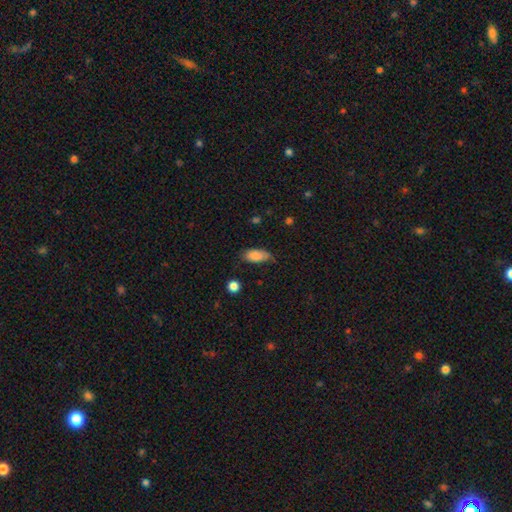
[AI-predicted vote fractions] Smooth or featured? Predicted: smooth (p=0.84). How rounded? Predicted: in between (p=0.89). Merging? Predicted: none (p=0.59).